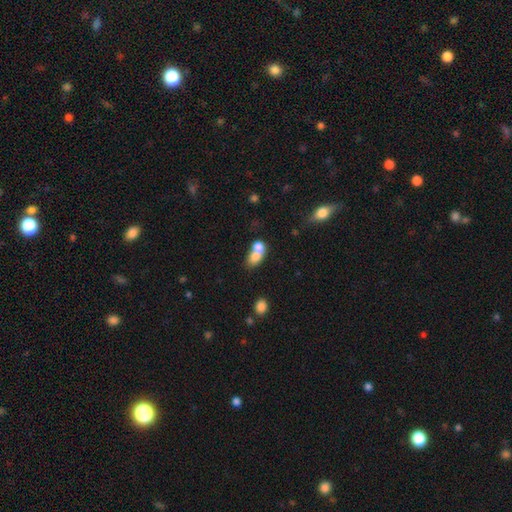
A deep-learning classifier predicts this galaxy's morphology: smooth-or-featured: smooth: 74% | featured or disk: 16% | star or artifact: 10%
  how-rounded: in between: 67% | round: 30% | cigar-shaped: 3%
  merging: merger: 68% | none: 21% | minor disturbance: 7% | major disturbance: 4%